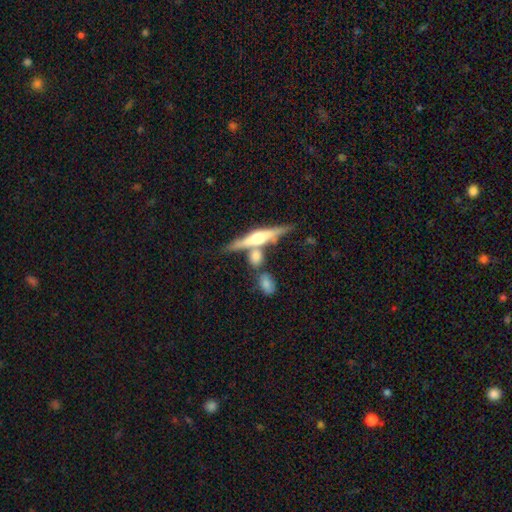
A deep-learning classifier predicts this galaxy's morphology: This appears to be a featured or disk galaxy (69%) viewed edge-on (95%) with a rounded central bulge (90%). Merging: none (64%).